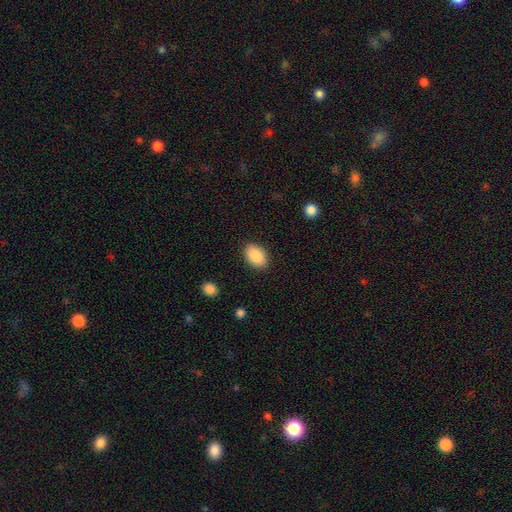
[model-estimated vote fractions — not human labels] The model was most divided on "merging": none: 88%, minor disturbance: 9%, major disturbance: 2%, merger: 1%. More confident: how rounded — in between (91%); smooth or featured — smooth (90%).